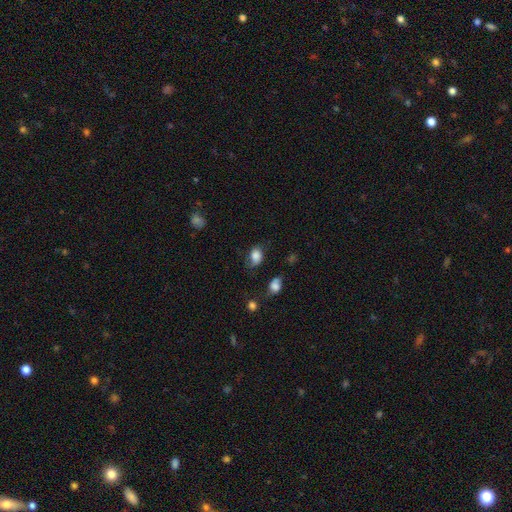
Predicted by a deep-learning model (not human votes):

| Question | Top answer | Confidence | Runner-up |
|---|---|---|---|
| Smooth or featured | smooth | 83% | star or artifact (9%) |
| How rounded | in between | 68% | round (31%) |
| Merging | none | 56% | minor disturbance (29%) |